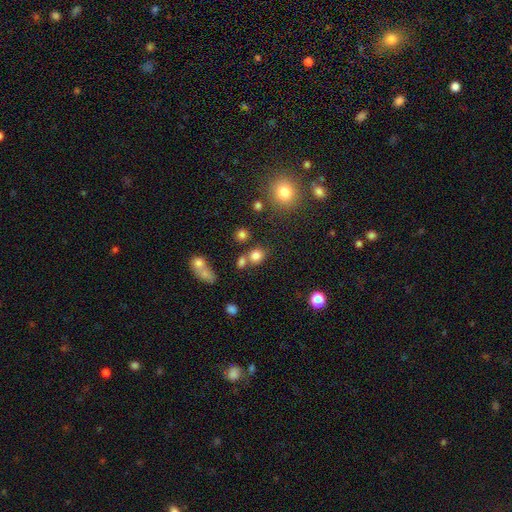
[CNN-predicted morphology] smooth 78%, star or artifact 15%, featured or disk 7%. Down the decision tree: how rounded — round (69%); merging — none (62%).